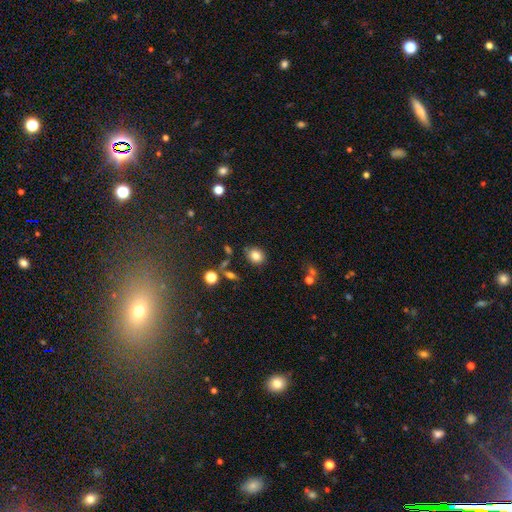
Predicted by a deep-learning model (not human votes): A smooth galaxy with no disk features (82%) that is round (57%).

Vote fractions:
- Smooth or featured? smooth: 82% / star or artifact: 11% / featured or disk: 7%
- How rounded? round: 57% / in between: 41% / cigar-shaped: 1%
- Merging? none: 82% / minor disturbance: 11% / merger: 4% / major disturbance: 3%